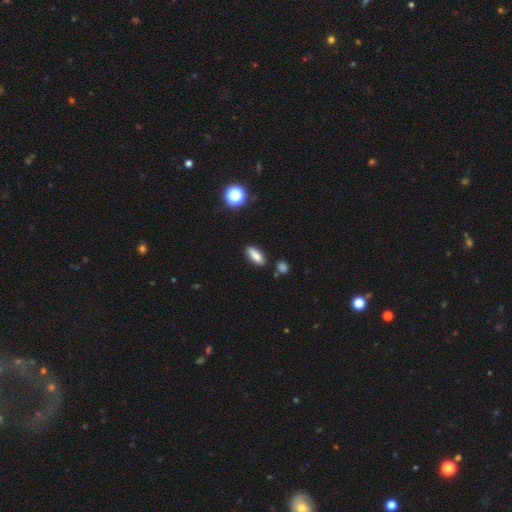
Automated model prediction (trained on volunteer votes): Smooth or featured? smooth (82%)
How rounded? in between (65%)
Merging? none (82%)